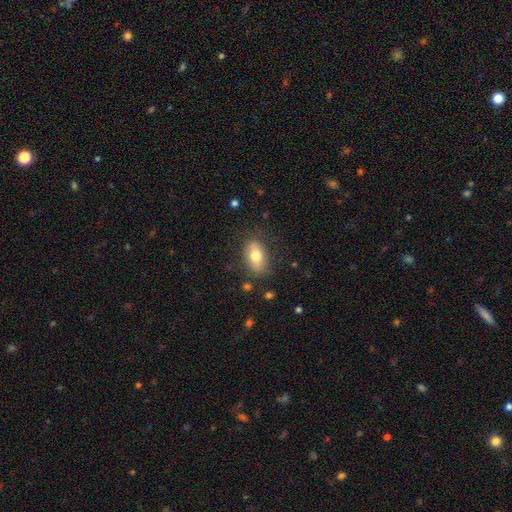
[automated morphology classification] This is likely a smooth galaxy (74%). How rounded: clearly in between (89%). Merging: clearly none (81%).